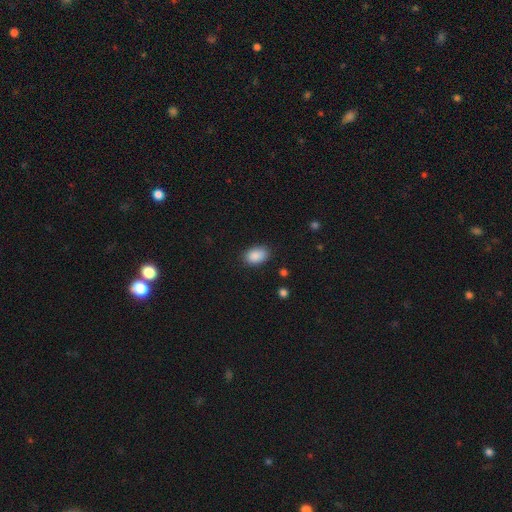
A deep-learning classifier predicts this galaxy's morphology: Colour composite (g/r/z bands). It shows a smooth galaxy with no disk features (88%) that is in between round and cigar-shaped (85%). Merging: none (82%).